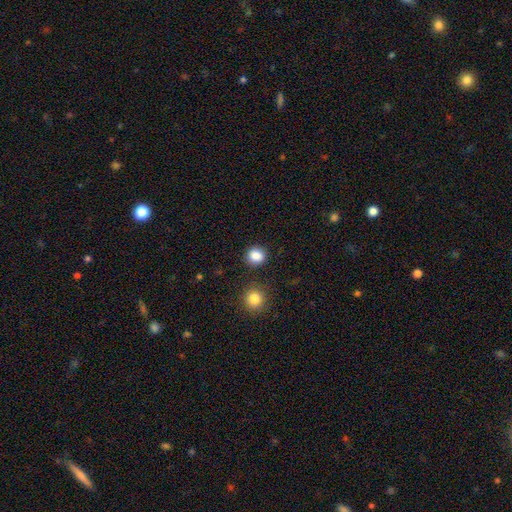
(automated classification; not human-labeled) smooth-or-featured: smooth: 85% | star or artifact: 11% | featured or disk: 4%
  how-rounded: round: 85% | in between: 14% | cigar-shaped: 1%
  merging: none: 87% | minor disturbance: 8% | merger: 3% | major disturbance: 3%